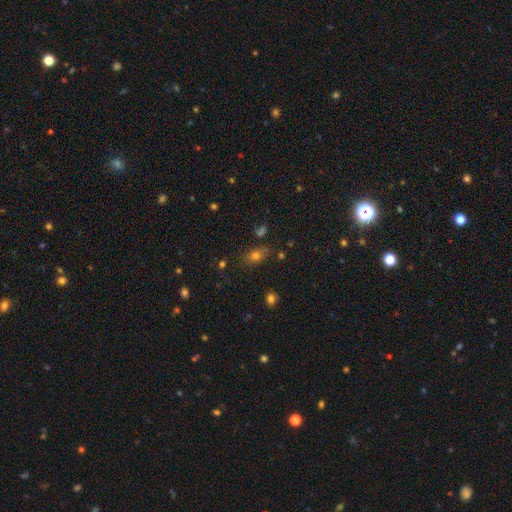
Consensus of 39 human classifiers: smooth 82%, featured or disk 10%, star or artifact 8%. Down the decision tree: how rounded — in between (72%); merging — none (92%).